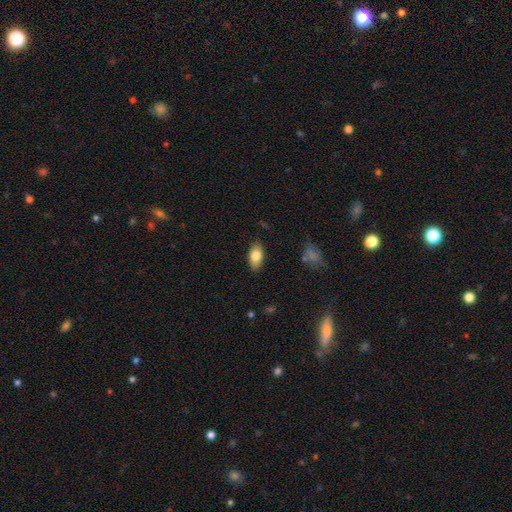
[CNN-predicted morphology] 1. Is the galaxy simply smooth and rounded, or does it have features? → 82% smooth, 11% featured or disk, 7% star or artifact.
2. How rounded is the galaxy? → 92% in between, 4% round, 4% cigar-shaped.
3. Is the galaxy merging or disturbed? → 84% none, 12% minor disturbance, 2% major disturbance, 1% merger.